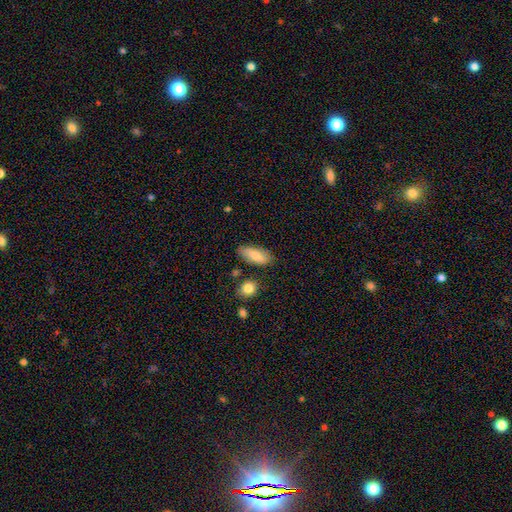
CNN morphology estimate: smooth-or-featured: smooth: 83% | featured or disk: 11% | star or artifact: 6%
  how-rounded: in between: 81% | cigar-shaped: 16% | round: 3%
  merging: none: 77% | minor disturbance: 16% | merger: 4% | major disturbance: 3%